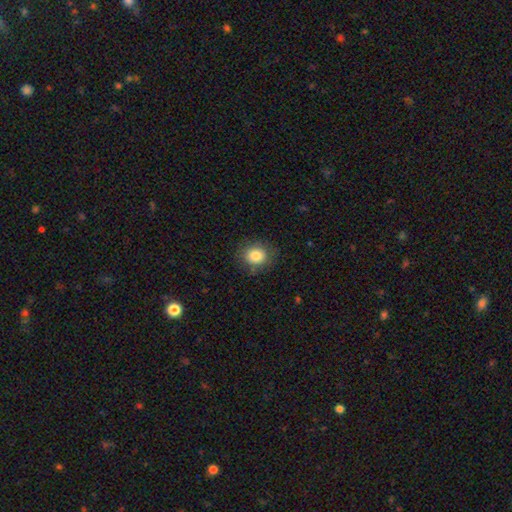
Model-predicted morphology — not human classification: Smooth or featured? smooth (84%)
How rounded? round (71%)
Merging? none (84%)